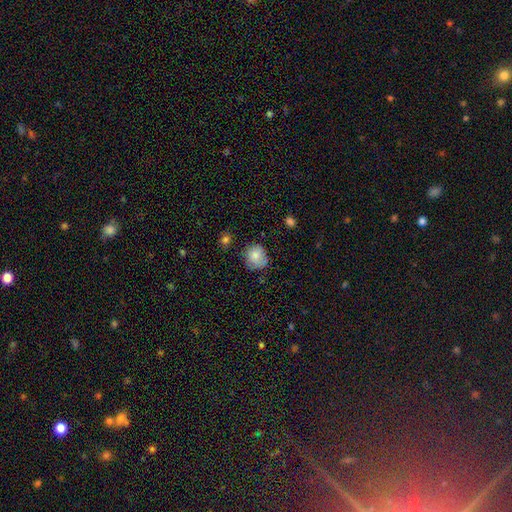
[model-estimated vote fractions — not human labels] smooth_or_featured: smooth (p=0.81) [alt: featured or disk p=0.11]
how_rounded: round (p=0.83) [alt: in between p=0.16]
merging: none (p=0.65) [alt: minor disturbance p=0.26]